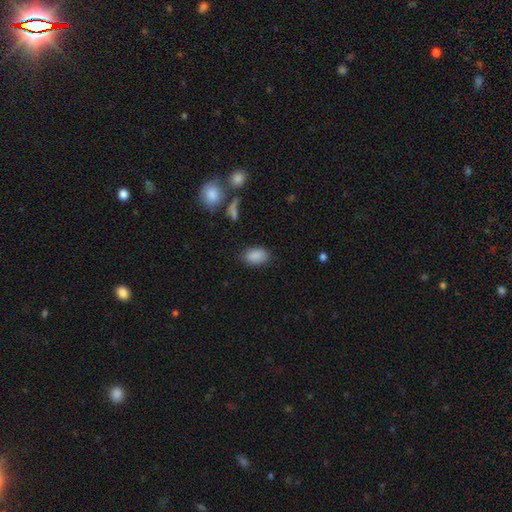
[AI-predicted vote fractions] Q: Smooth or featured?
A: smooth (88%); runner-up: star or artifact (8%)
Q: How rounded?
A: in between (90%); runner-up: round (8%)
Q: Merging?
A: none (82%); runner-up: minor disturbance (13%)